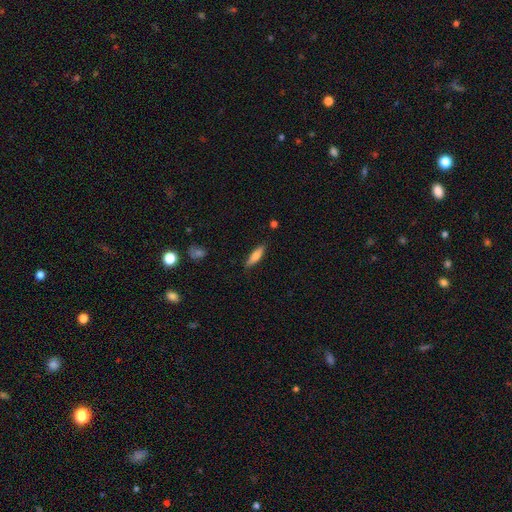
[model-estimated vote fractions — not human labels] This appears to be a smooth galaxy with no disk features (72%) that is cigar-shaped (67%). Merging: none (86%).